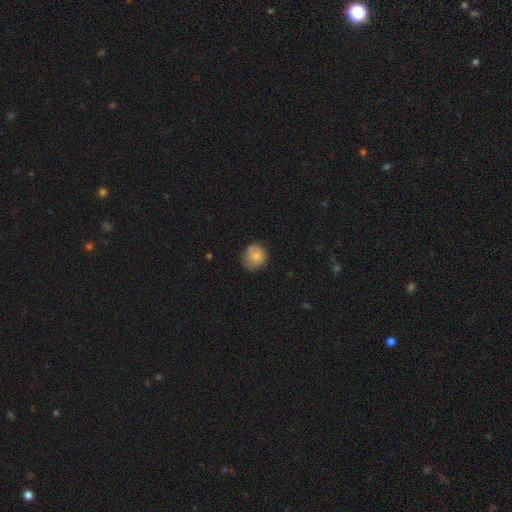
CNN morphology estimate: Smooth or featured? Predicted: smooth (p=0.76). How rounded? Predicted: round (p=0.76). Merging? Predicted: none (p=0.56).